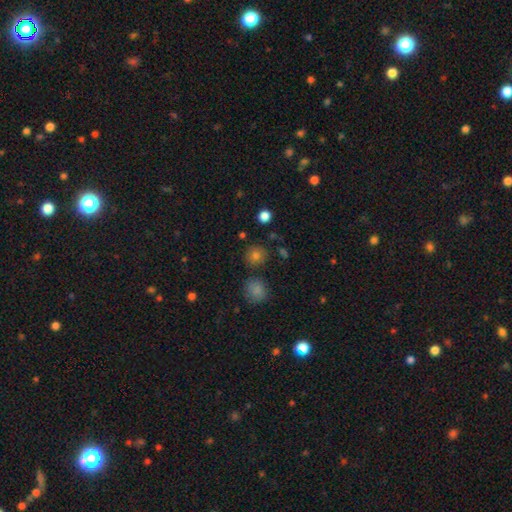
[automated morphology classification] Smooth or featured? Predicted: smooth (p=0.77). How rounded? Predicted: round (p=0.89). Merging? Predicted: none (p=0.83).